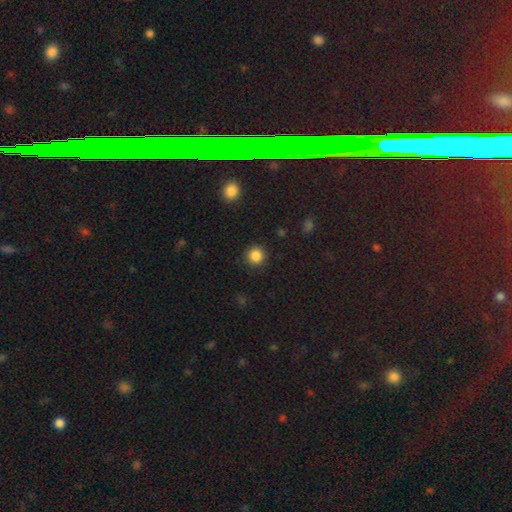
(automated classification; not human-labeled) This is clearly a smooth galaxy (86%). How rounded: clearly round (94%). Merging: clearly none (90%).